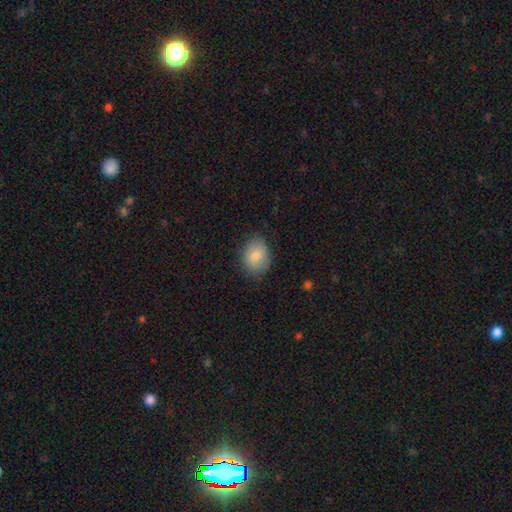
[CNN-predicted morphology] The model was most divided on "how rounded": in between: 62%, round: 37%, cigar-shaped: 1%. More confident: smooth or featured — smooth (85%); merging — none (80%).